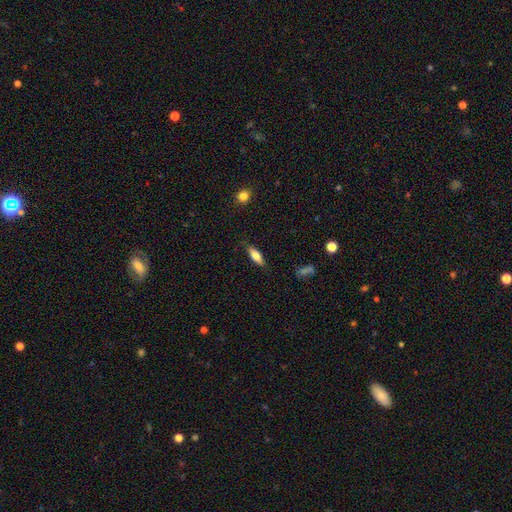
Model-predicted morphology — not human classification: A smooth galaxy with no disk features (71%) that is in between round and cigar-shaped (60%).

Vote fractions:
- Smooth or featured? smooth: 71% / featured or disk: 23% / star or artifact: 7%
- How rounded? in between: 60% / cigar-shaped: 38% / round: 2%
- Merging? none: 83% / minor disturbance: 13% / major disturbance: 3% / merger: 1%